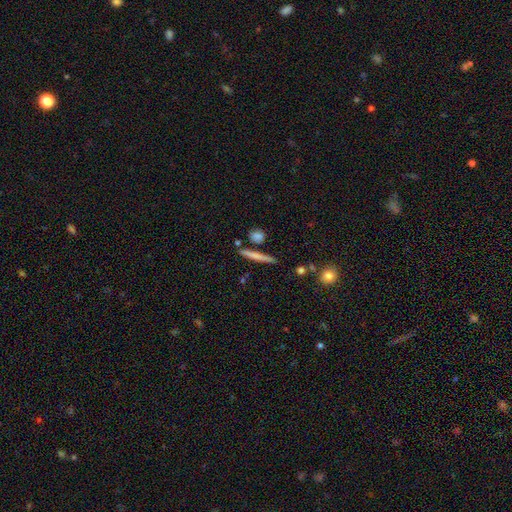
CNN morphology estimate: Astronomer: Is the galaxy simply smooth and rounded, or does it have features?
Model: smooth — 63%.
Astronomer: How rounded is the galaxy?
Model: cigar-shaped — 91%.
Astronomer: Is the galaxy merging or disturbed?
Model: none — 83%.